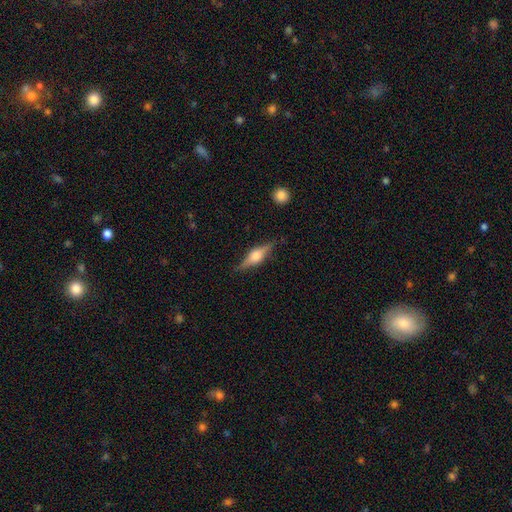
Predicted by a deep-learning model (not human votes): featured or disk 74%, smooth 20%, star or artifact 6%. Down the decision tree: edge-on disk — yes (97%); edge-on bulge — rounded (86%); merging — none (85%).